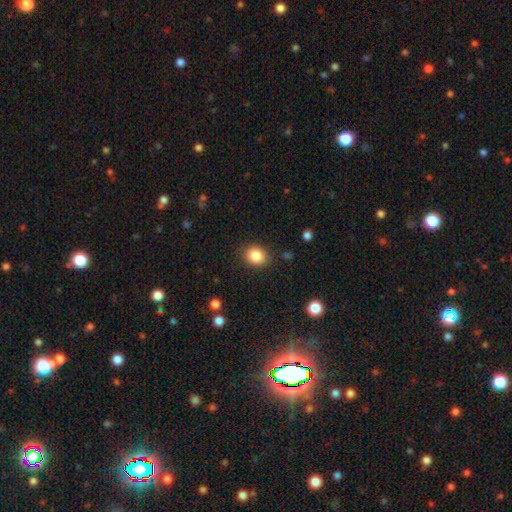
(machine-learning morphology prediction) smooth 86%, star or artifact 9%, featured or disk 5%. Down the decision tree: how rounded — round (55%); merging — none (85%).